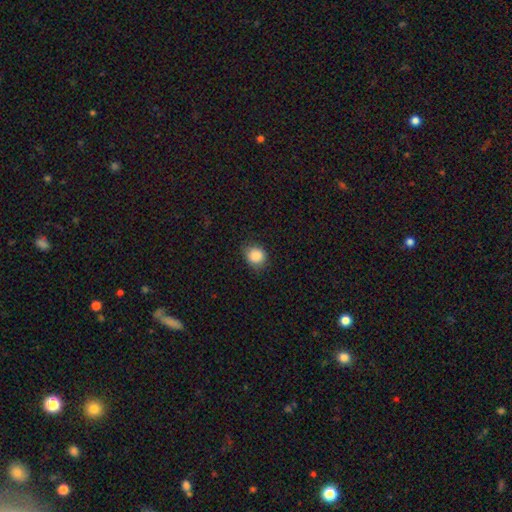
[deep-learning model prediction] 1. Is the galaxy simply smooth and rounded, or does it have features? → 87% smooth, 9% star or artifact, 4% featured or disk.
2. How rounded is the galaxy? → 75% round, 24% in between, 1% cigar-shaped.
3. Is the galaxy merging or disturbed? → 79% none, 17% minor disturbance, 3% major disturbance, 1% merger.